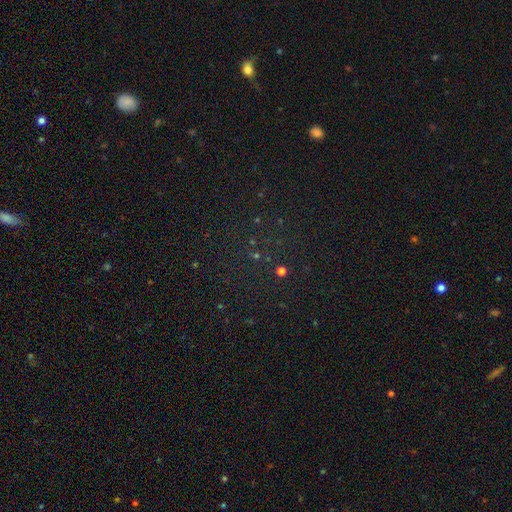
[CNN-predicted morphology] Overall: star or artifact (71%).